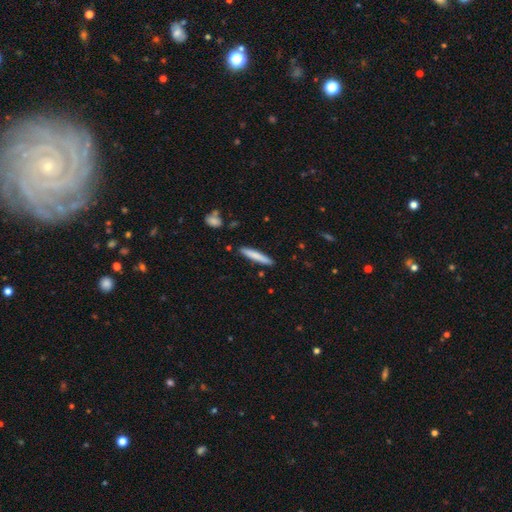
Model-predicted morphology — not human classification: smooth-or-featured: smooth: 76% | featured or disk: 18% | star or artifact: 6%
  how-rounded: cigar-shaped: 93% | in between: 6% | round: 1%
  merging: none: 89% | minor disturbance: 8% | merger: 2% | major disturbance: 2%